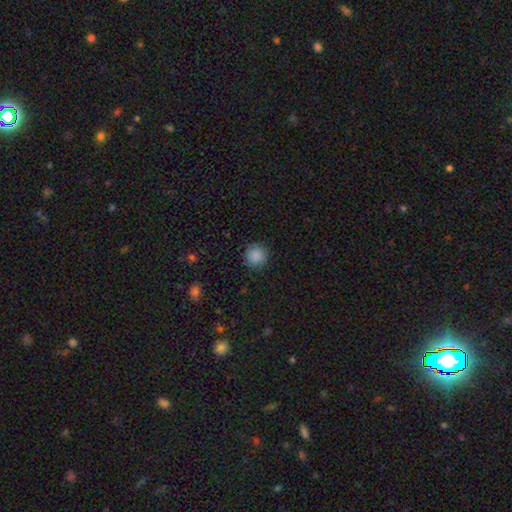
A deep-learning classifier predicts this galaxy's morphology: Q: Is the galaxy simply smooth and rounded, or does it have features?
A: smooth — 88%.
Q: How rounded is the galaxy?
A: round — 94%.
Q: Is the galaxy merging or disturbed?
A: none — 90%.